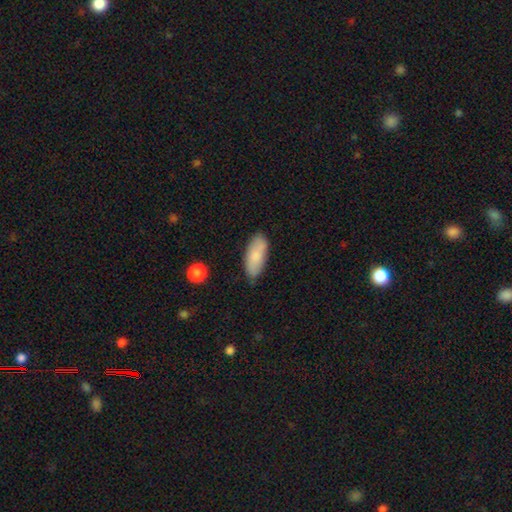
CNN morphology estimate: smooth 82%, featured or disk 12%, star or artifact 6%. Down the decision tree: how rounded — in between (84%); merging — none (77%).